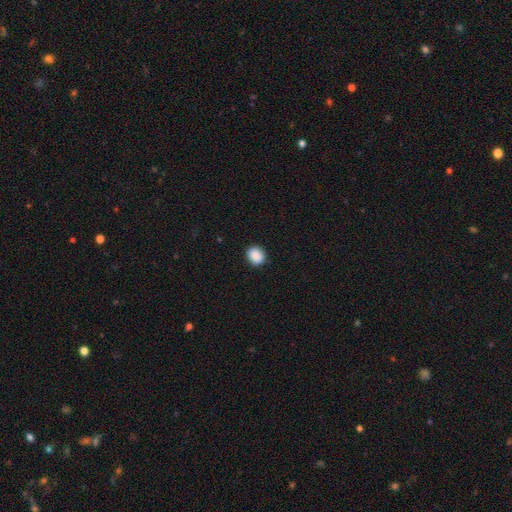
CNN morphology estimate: Q: Smooth or featured?
A: smooth (88%); runner-up: star or artifact (9%)
Q: How rounded?
A: round (75%); runner-up: in between (24%)
Q: Merging?
A: none (91%); runner-up: minor disturbance (7%)